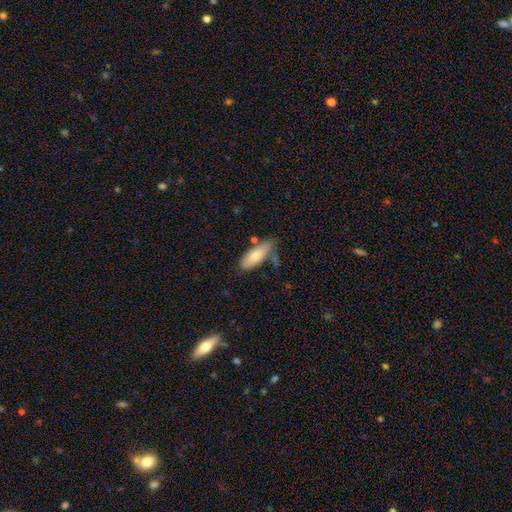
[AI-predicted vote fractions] This is likely a smooth galaxy (73%). How rounded: likely in between (77%). Merging: likely none (67%).